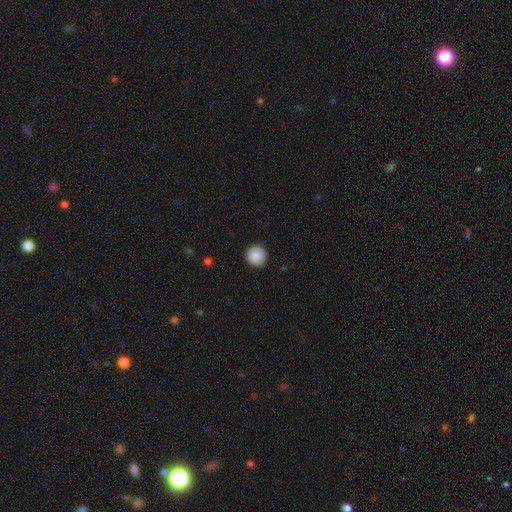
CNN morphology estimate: Smooth or featured? Predicted: smooth (p=0.90). How rounded? Predicted: round (p=0.95). Merging? Predicted: none (p=0.92).